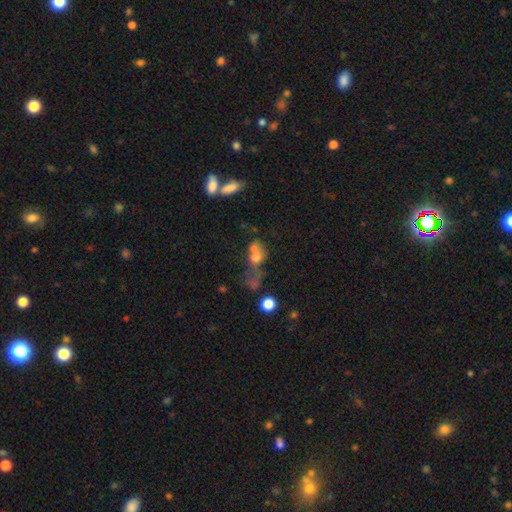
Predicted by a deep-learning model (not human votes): smooth 60%, featured or disk 22%, star or artifact 18%. Down the decision tree: how rounded — round (55%); merging — merger (53%).